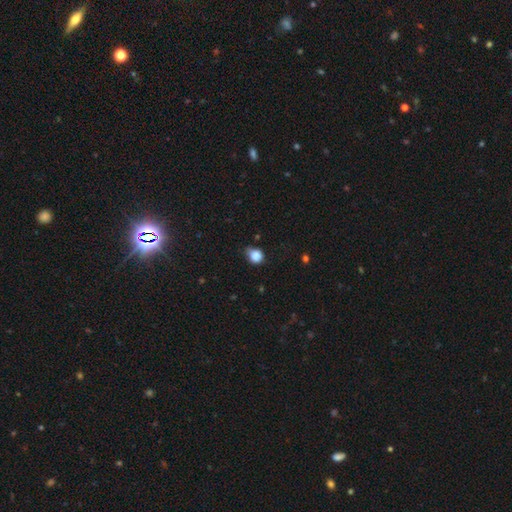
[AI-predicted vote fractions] The model was most divided on "merging": none: 44%, minor disturbance: 42%, major disturbance: 10%, merger: 3%. More confident: smooth or featured — smooth (85%); how rounded — round (65%).